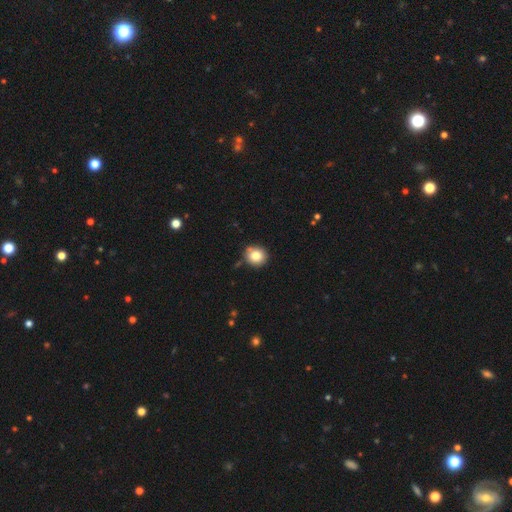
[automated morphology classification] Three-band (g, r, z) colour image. It shows a smooth galaxy with no disk features (82%) that is round (87%). Merging: none (79%).